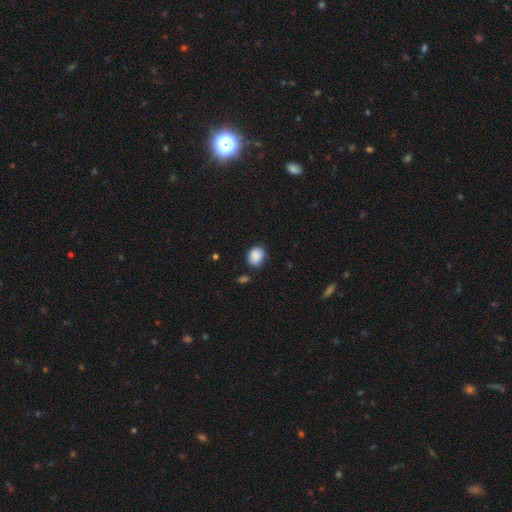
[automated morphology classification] Smooth or featured? smooth (89%)
How rounded? in between (59%)
Merging? none (78%)